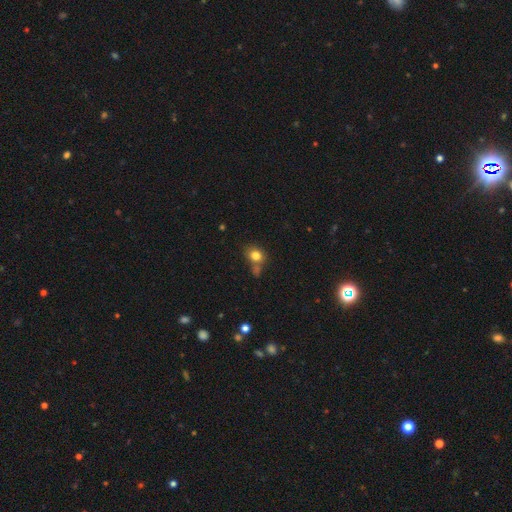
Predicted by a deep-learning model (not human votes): smooth 79%, star or artifact 12%, featured or disk 9%. Down the decision tree: how rounded — round (64%); merging — none (58%).